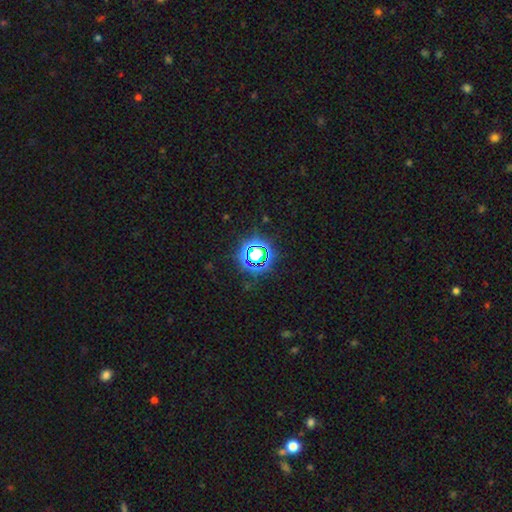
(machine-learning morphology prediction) star or artifact 73%, smooth 16%, featured or disk 10%.